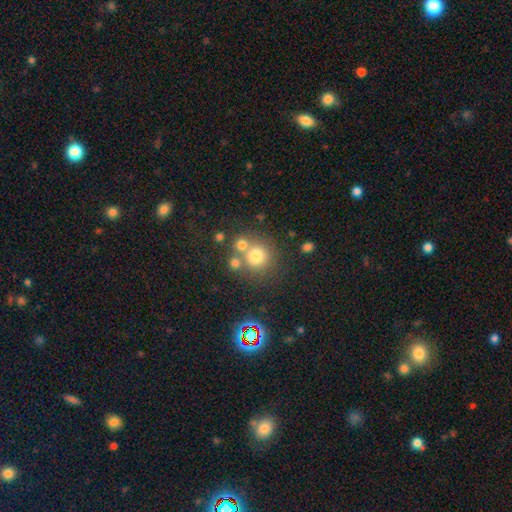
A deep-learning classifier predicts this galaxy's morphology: Smooth or featured?
  - smooth: 72% *
  - star or artifact: 17%
  - featured or disk: 11%
How rounded?
  - round: 89% *
  - in between: 10%
  - cigar-shaped: 1%
Merging?
  - none: 61% *
  - merger: 25%
  - minor disturbance: 9%
  - major disturbance: 5%